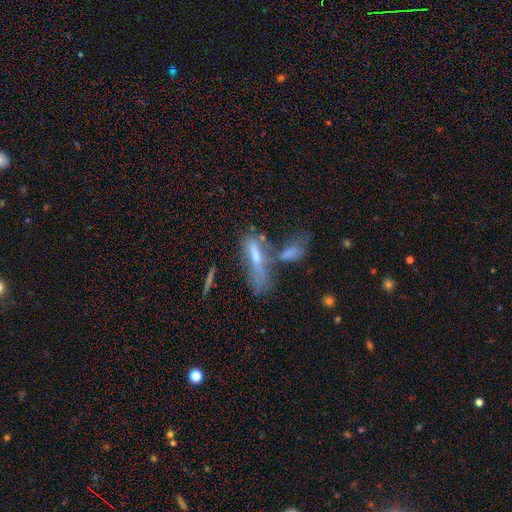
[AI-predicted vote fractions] Smooth or featured: smooth — 46% (featured or disk — 43%)
Merging: merger — 40% (none — 29%)